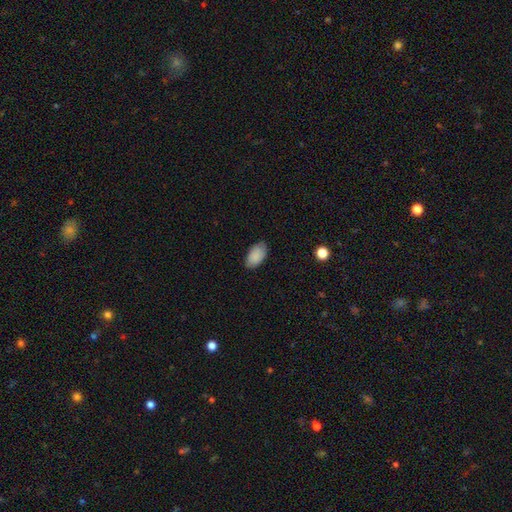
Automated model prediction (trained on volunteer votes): Smooth or featured? smooth (87%)
How rounded? in between (95%)
Merging? none (79%)